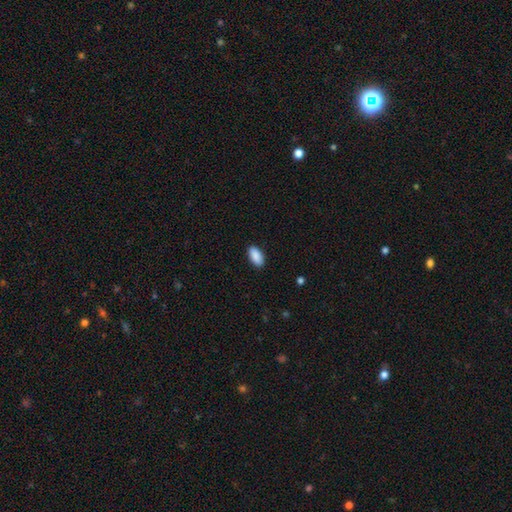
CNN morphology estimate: A smooth galaxy with no disk features (90%) that is in between round and cigar-shaped (93%).

Vote fractions:
- Smooth or featured? smooth: 90% / star or artifact: 6% / featured or disk: 4%
- How rounded? in between: 93% / cigar-shaped: 4% / round: 2%
- Merging? none: 89% / minor disturbance: 8% / major disturbance: 2% / merger: 1%